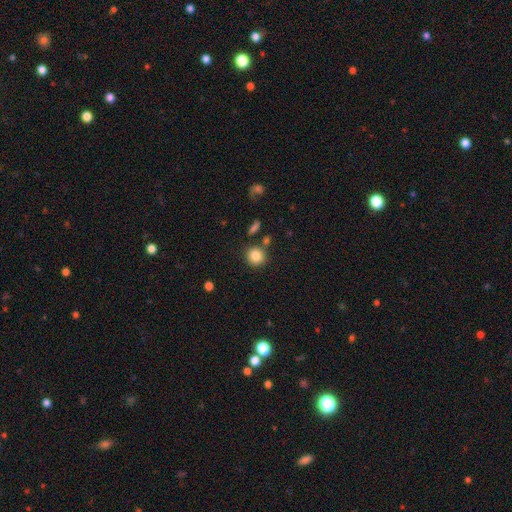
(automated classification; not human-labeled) Smooth or featured? Predicted: smooth (p=0.84). How rounded? Predicted: round (p=0.86). Merging? Predicted: none (p=0.81).